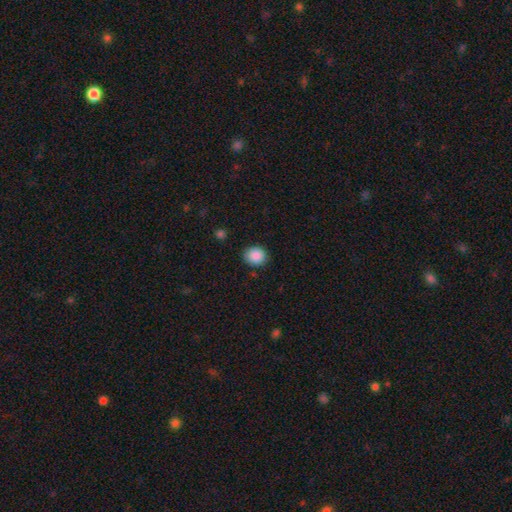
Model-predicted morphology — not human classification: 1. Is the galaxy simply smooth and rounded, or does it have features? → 88% smooth, 9% star or artifact, 3% featured or disk.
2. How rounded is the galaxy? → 76% round, 23% in between, 1% cigar-shaped.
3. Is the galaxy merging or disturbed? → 86% none, 10% minor disturbance, 3% major disturbance, 1% merger.